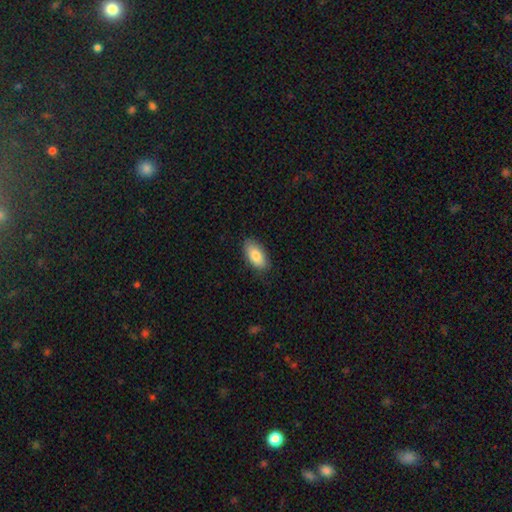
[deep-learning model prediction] Morphology: type=smooth (83%); roundness=in between (92%); merging=none (84%).